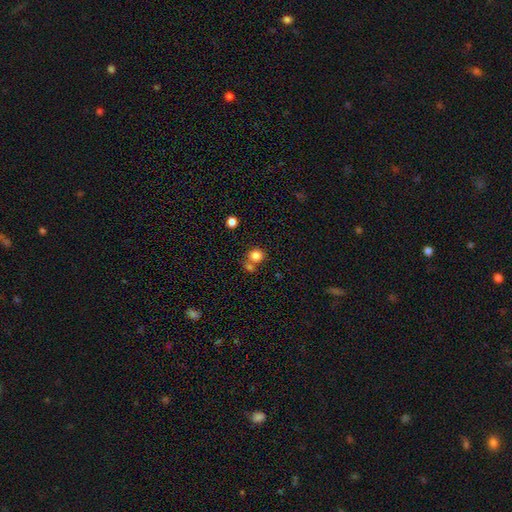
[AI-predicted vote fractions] Q: Smooth or featured?
A: smooth (82%); runner-up: star or artifact (11%)
Q: How rounded?
A: round (83%); runner-up: in between (16%)
Q: Merging?
A: none (60%); runner-up: merger (27%)